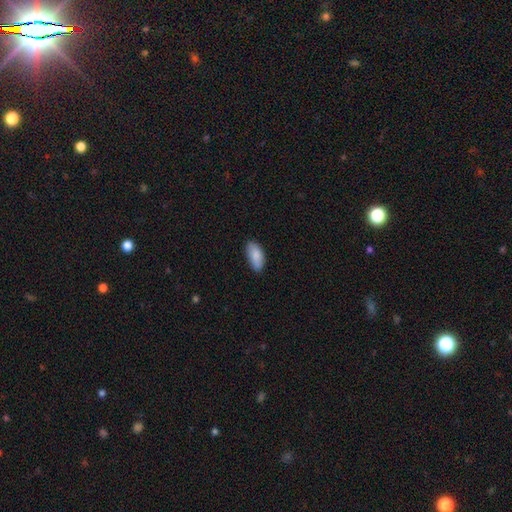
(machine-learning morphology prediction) smooth_or_featured: smooth (p=0.87) [alt: featured or disk p=0.06]
how_rounded: in between (p=0.90) [alt: cigar-shaped p=0.08]
merging: none (p=0.80) [alt: minor disturbance p=0.16]